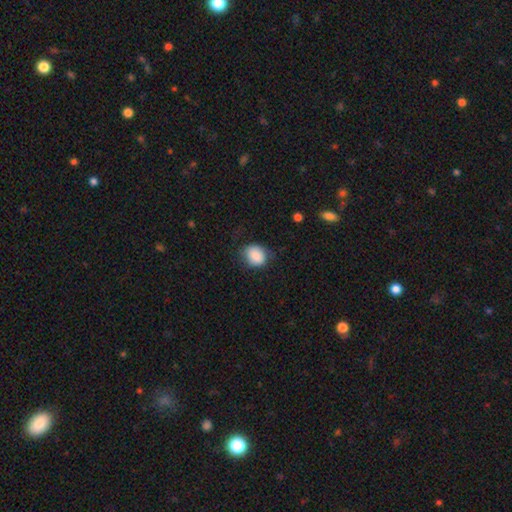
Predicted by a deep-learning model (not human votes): smooth_or_featured: smooth (p=0.86) [alt: star or artifact p=0.08]
how_rounded: round (p=0.56) [alt: in between p=0.43]
merging: none (p=0.64) [alt: minor disturbance p=0.25]